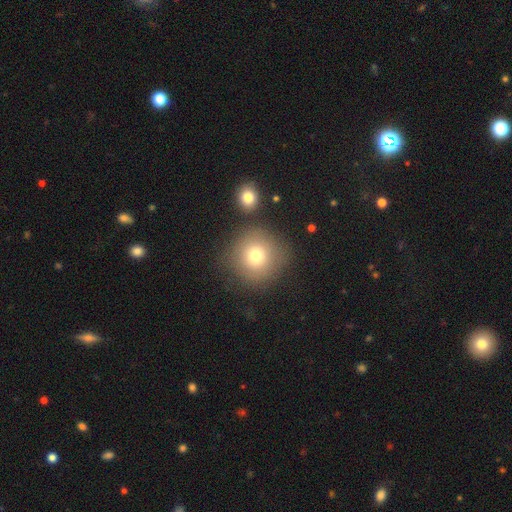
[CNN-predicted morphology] Q: Smooth or featured?
A: smooth (75%); runner-up: featured or disk (13%)
Q: How rounded?
A: round (93%); runner-up: in between (6%)
Q: Merging?
A: none (76%); runner-up: minor disturbance (10%)